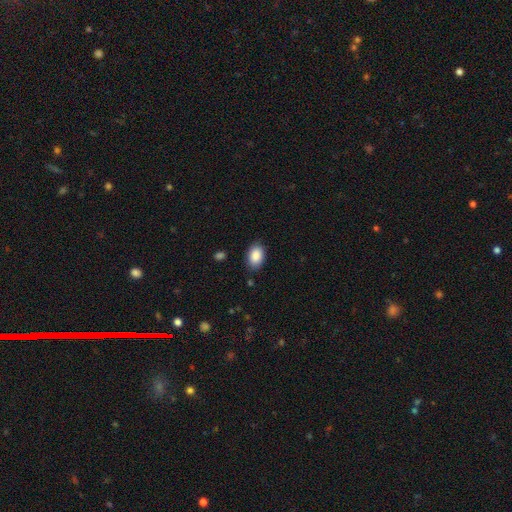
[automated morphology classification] smooth 89%, star or artifact 7%, featured or disk 4%. Down the decision tree: how rounded — in between (87%); merging — none (84%).